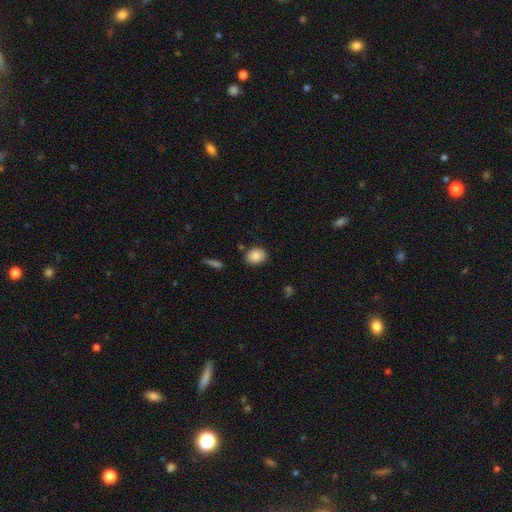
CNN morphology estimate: smooth_or_featured: smooth (p=0.87) [alt: star or artifact p=0.08]
how_rounded: in between (p=0.51) [alt: round p=0.48]
merging: none (p=0.83) [alt: minor disturbance p=0.11]